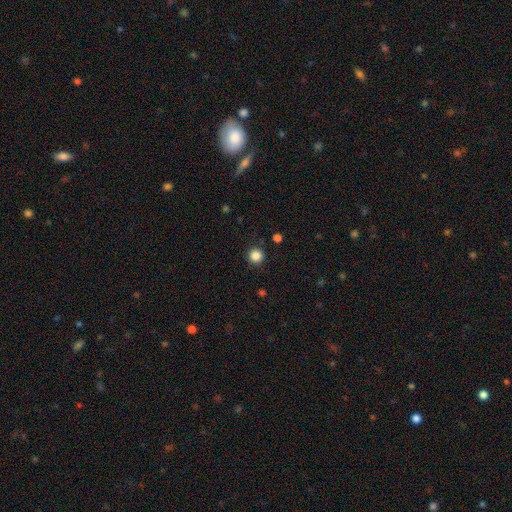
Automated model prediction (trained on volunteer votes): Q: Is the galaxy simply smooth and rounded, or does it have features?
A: smooth — 86%.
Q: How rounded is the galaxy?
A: round — 95%.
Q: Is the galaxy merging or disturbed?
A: none — 91%.